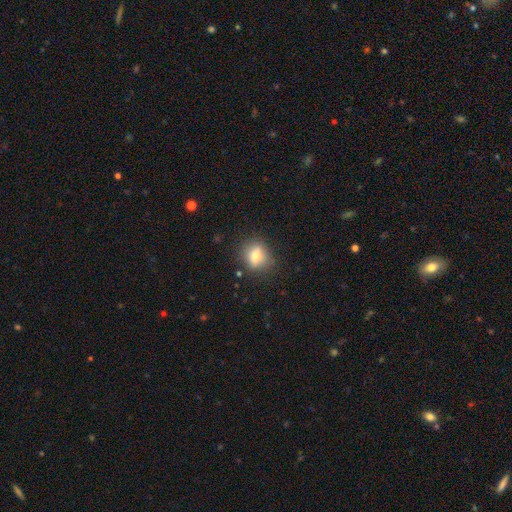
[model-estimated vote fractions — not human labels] Smooth or featured? Predicted: smooth (p=0.72). How rounded? Predicted: round (p=0.48, tied with in between). Merging? Predicted: none (p=0.80).